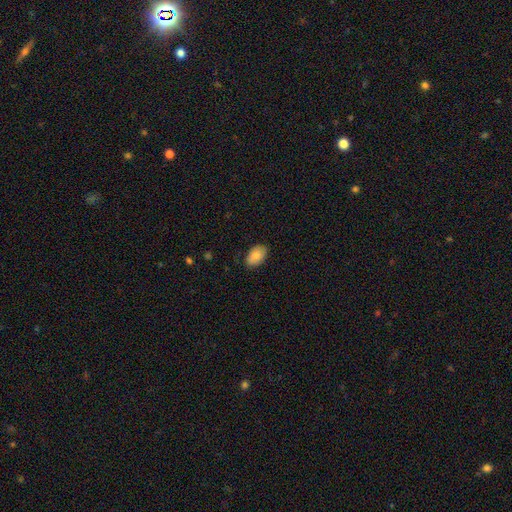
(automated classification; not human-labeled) Smooth or featured? Predicted: smooth (p=0.82). How rounded? Predicted: in between (p=0.91). Merging? Predicted: none (p=0.84).